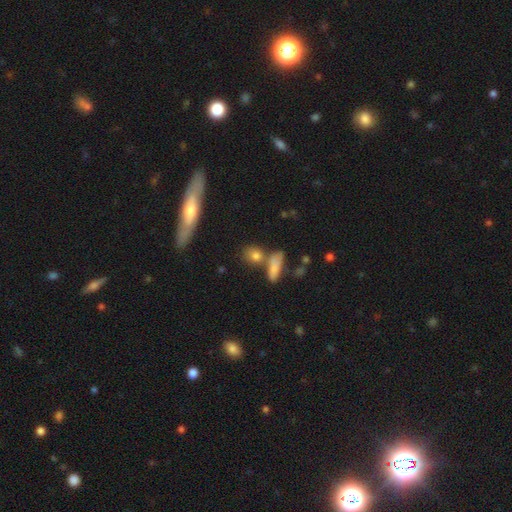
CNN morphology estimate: A smooth galaxy with no disk features (79%) that is round (48%). Merging: none (60%).